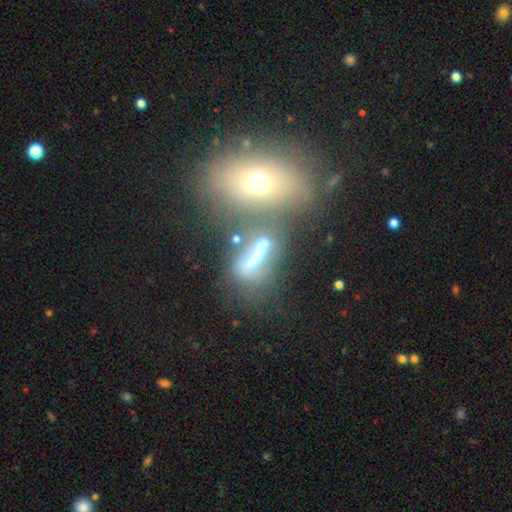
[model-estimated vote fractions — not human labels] This is marginally a featured or disk galaxy (45%). Merging: marginally merger (39%).